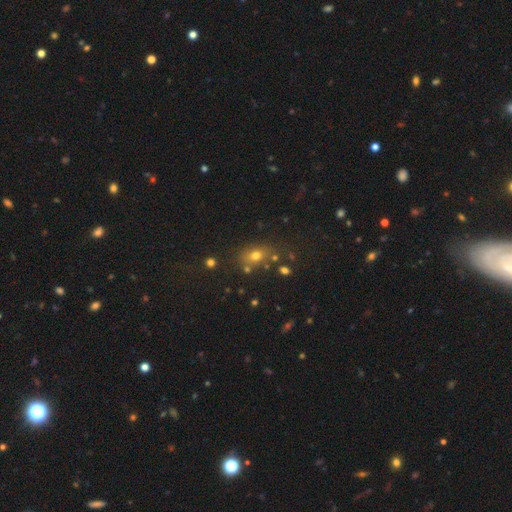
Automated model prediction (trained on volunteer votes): This is likely a smooth galaxy (66%). How rounded: possibly in between (58%). Merging: likely none (71%).